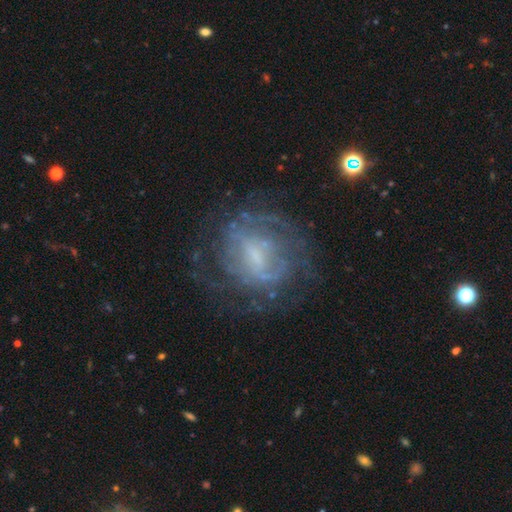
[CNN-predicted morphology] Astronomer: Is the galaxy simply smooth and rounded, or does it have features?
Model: featured or disk — 73%.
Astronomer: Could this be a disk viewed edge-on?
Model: no — 97%.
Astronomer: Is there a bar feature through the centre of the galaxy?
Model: weak — 49% (runner-up: no, 33%).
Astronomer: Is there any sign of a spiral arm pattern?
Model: yes — 67%.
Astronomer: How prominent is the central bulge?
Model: small — 45% (runner-up: none, 26%).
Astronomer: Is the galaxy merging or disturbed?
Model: none — 65%.